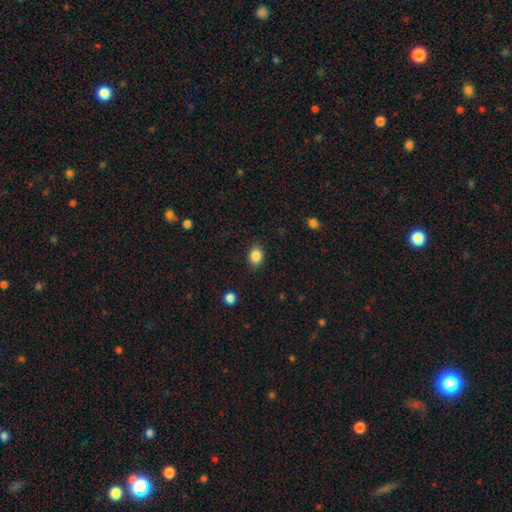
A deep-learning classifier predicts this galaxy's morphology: Smooth or featured: smooth — 86% (star or artifact — 9%)
How rounded: in between — 55% (round — 45%)
Merging: none — 87% (minor disturbance — 10%)